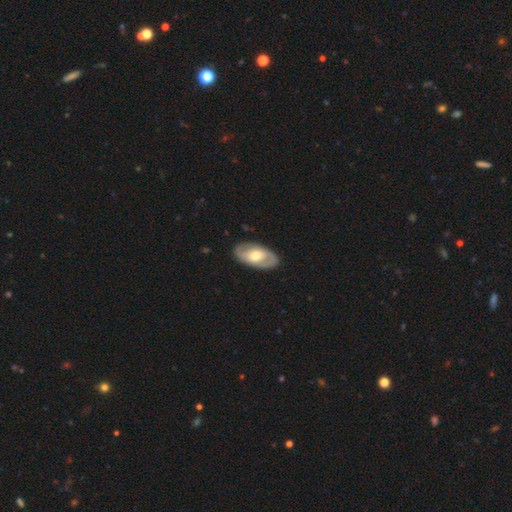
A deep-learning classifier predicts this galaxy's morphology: The model was most divided on "spiral arms": yes: 54%, no: 46%. More confident: edge-on disk — no (91%); merging — none (86%); bulge size — moderate (68%); smooth or featured — featured or disk (61%); bar — no (51%).